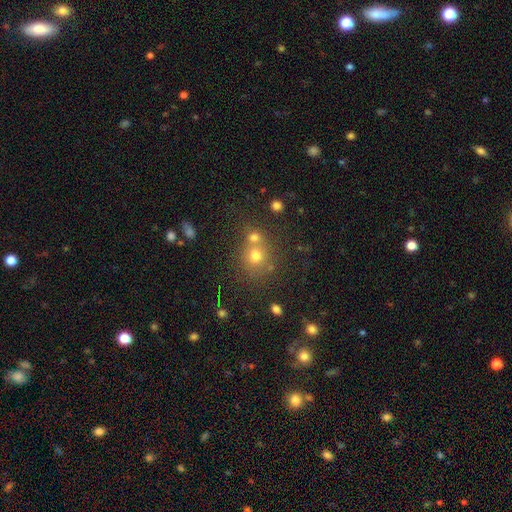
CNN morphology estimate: Smooth or featured?
  - smooth: 66% *
  - star or artifact: 22%
  - featured or disk: 12%
How rounded?
  - round: 85% *
  - in between: 14%
  - cigar-shaped: 1%
Merging?
  - none: 54% *
  - merger: 35%
  - minor disturbance: 8%
  - major disturbance: 3%